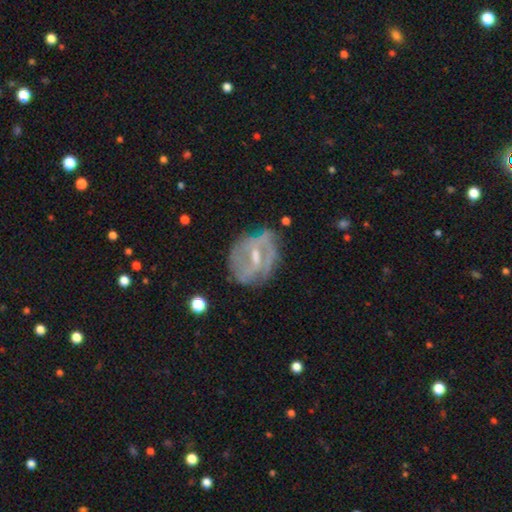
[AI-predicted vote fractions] featured or disk 72%, smooth 19%, star or artifact 9%. Down the decision tree: edge-on disk — no (96%); bar — weak (50%); spiral arms — yes (64%); bulge size — small (45%); merging — none (57%).